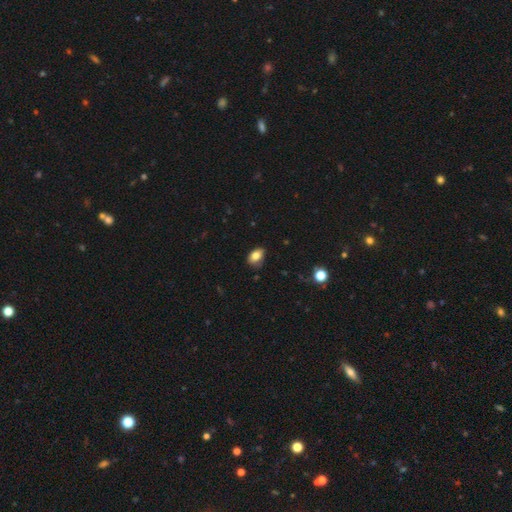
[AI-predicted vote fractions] Overall: smooth (80%). How rounded: in between (81%). Merging: none (69%).